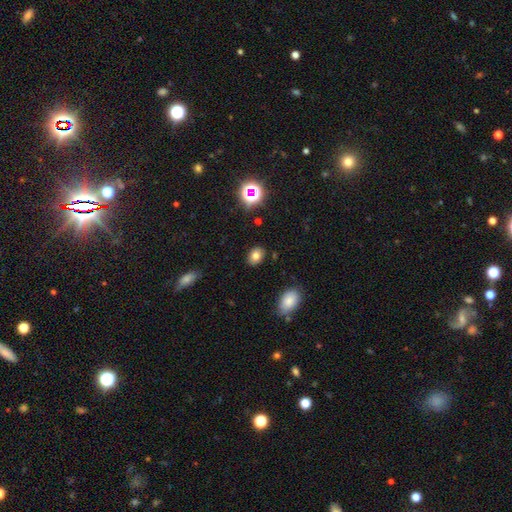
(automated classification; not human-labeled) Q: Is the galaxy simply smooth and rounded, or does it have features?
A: smooth — 77%.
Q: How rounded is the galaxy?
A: in between — 73%.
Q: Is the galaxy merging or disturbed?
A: none — 87%.